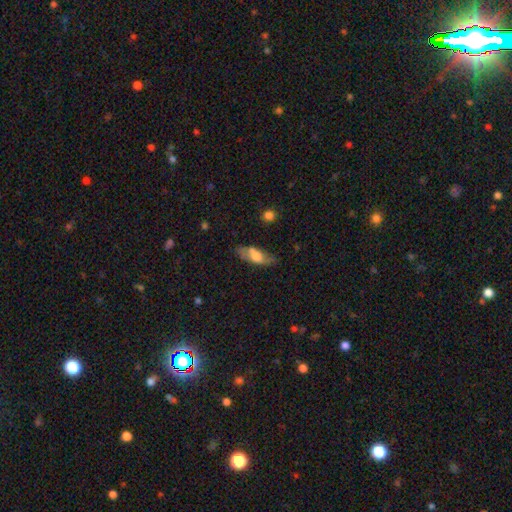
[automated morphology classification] Smooth or featured?
  - smooth: 50% *
  - featured or disk: 43%
  - star or artifact: 7%
How rounded?
  - in between: 71% *
  - cigar-shaped: 26%
  - round: 4%
Merging?
  - none: 63% *
  - minor disturbance: 24%
  - major disturbance: 9%
  - merger: 4%